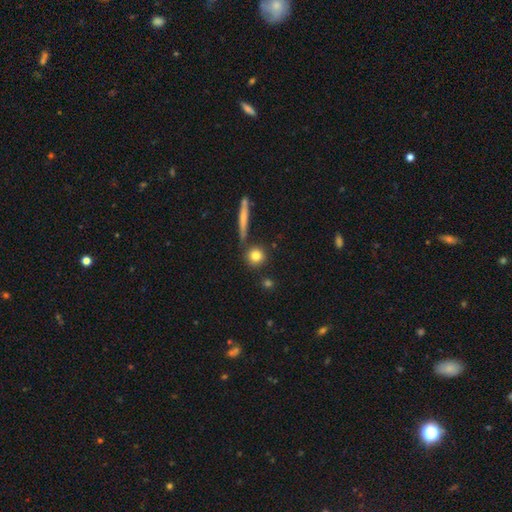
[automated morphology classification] Smooth or featured?
  - smooth: 80% *
  - featured or disk: 10%
  - star or artifact: 10%
How rounded?
  - round: 88% *
  - in between: 8%
  - cigar-shaped: 4%
Merging?
  - none: 81% *
  - minor disturbance: 8%
  - merger: 8%
  - major disturbance: 3%